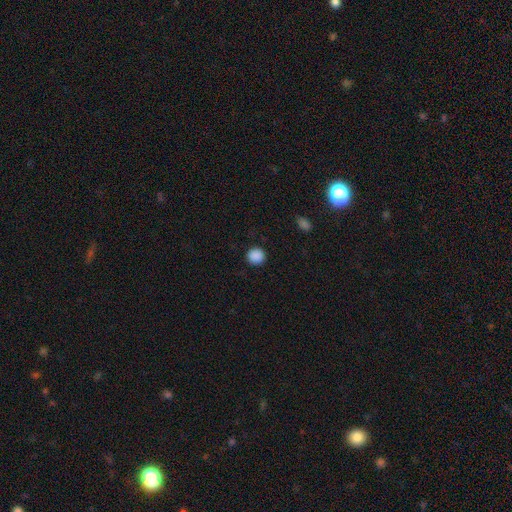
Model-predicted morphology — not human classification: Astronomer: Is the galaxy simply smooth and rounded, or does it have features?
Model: smooth — 89%.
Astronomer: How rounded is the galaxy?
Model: round — 92%.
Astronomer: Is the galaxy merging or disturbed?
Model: none — 91%.